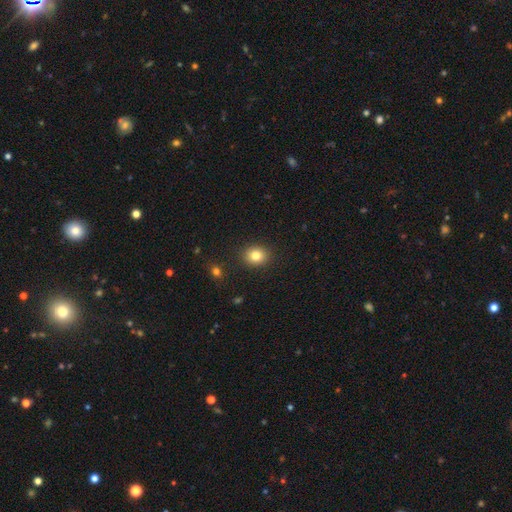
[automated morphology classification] Overall: smooth (82%). How rounded: round (69%; in between 30%). Merging: none (89%).